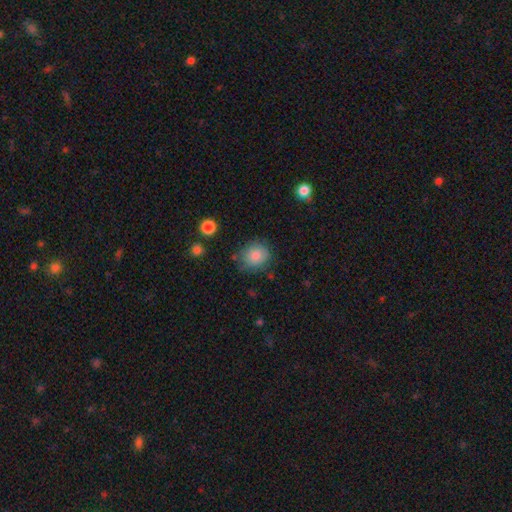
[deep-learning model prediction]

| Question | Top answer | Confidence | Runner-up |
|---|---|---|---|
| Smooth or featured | smooth | 82% | featured or disk (9%) |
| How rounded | round | 72% | in between (27%) |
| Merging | none | 72% | minor disturbance (20%) |